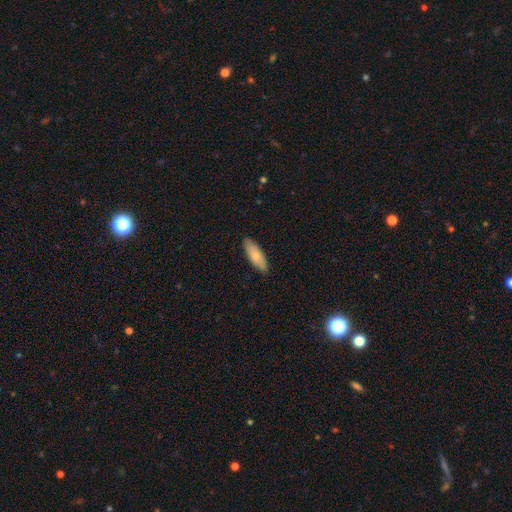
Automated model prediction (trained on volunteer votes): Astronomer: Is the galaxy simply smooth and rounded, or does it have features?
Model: smooth — 80%.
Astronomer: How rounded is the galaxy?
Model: in between — 65%.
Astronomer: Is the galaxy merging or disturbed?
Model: none — 88%.